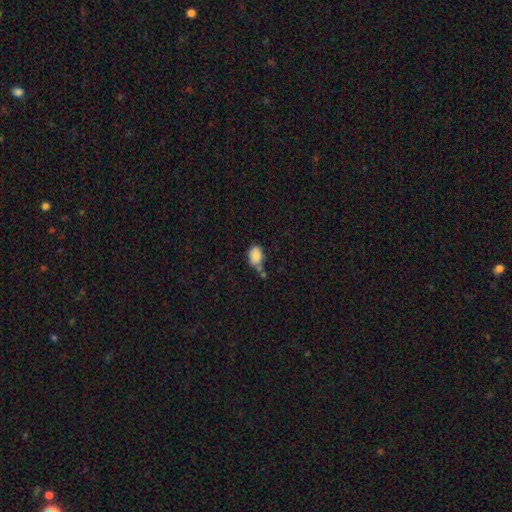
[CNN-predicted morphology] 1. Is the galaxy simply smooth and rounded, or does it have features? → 85% smooth, 9% star or artifact, 6% featured or disk.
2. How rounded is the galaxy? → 76% in between, 23% round, 1% cigar-shaped.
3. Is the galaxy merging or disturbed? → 44% none, 25% minor disturbance, 23% merger, 8% major disturbance.